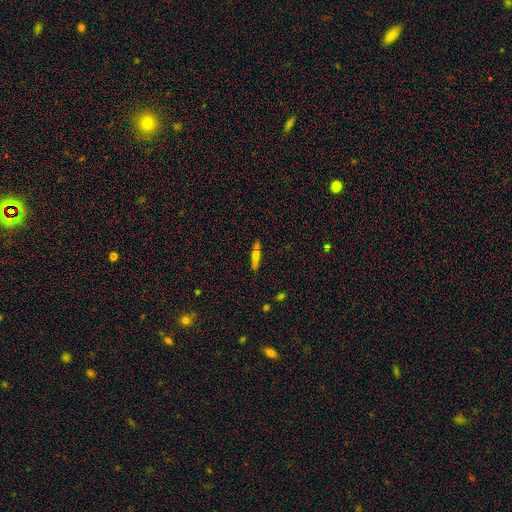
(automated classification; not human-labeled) Overall: smooth (51%; featured or disk 42%). How rounded: cigar-shaped (89%). Merging: none (88%).